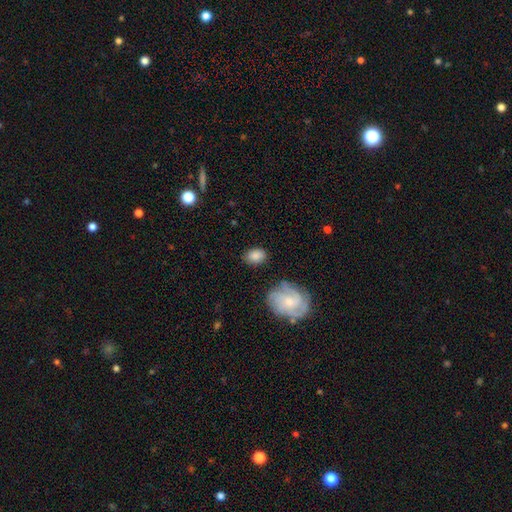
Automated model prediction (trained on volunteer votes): smooth_or_featured: smooth (p=0.80) [alt: featured or disk p=0.12]
how_rounded: in between (p=0.74) [alt: round p=0.25]
merging: none (p=0.79) [alt: minor disturbance p=0.14]